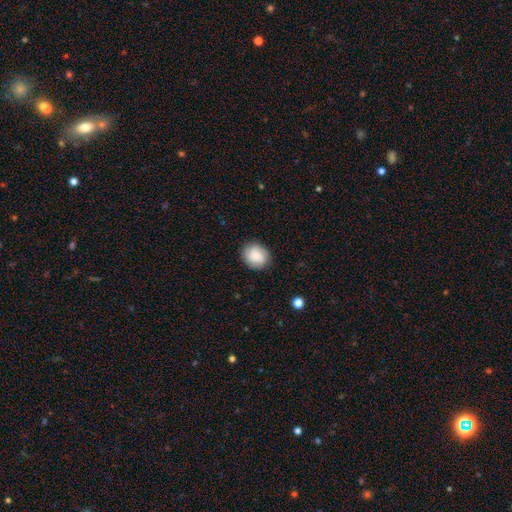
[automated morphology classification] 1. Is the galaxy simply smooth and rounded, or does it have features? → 75% smooth, 17% featured or disk, 8% star or artifact.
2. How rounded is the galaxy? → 72% round, 27% in between, 1% cigar-shaped.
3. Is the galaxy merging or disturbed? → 86% none, 10% minor disturbance, 3% major disturbance, 1% merger.